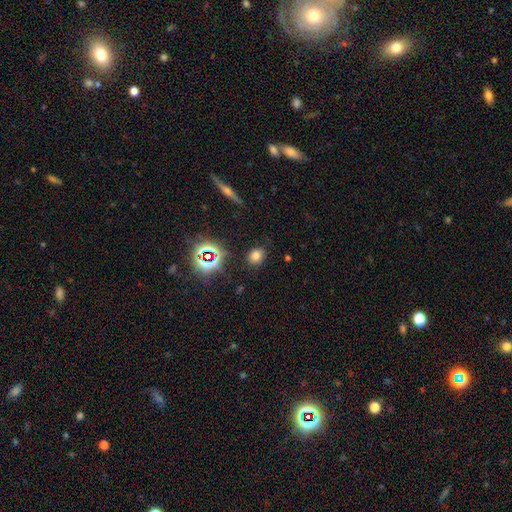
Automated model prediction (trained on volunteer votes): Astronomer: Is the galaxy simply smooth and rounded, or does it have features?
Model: smooth — 69%.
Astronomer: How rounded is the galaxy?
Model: round — 58% (runner-up: in between, 40%).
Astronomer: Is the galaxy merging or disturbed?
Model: none — 85%.